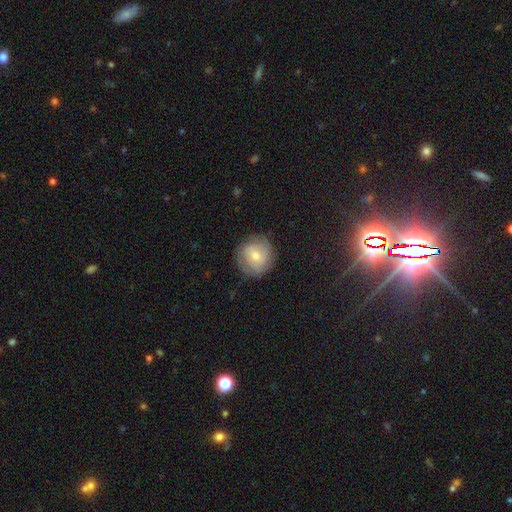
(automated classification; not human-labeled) Smooth or featured?
  - smooth: 54% *
  - featured or disk: 38%
  - star or artifact: 8%
How rounded?
  - round: 91% *
  - in between: 8%
  - cigar-shaped: 1%
Merging?
  - none: 79% *
  - minor disturbance: 15%
  - major disturbance: 5%
  - merger: 1%